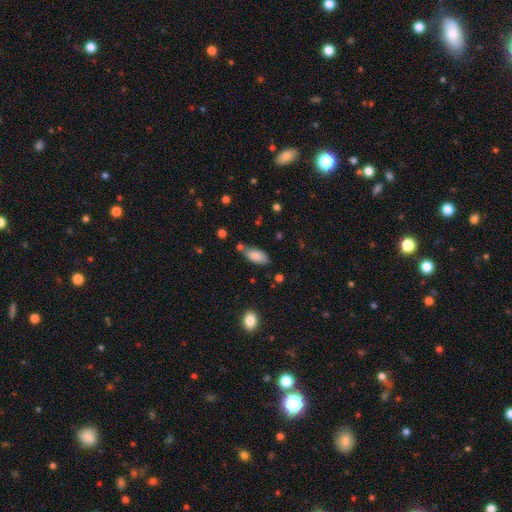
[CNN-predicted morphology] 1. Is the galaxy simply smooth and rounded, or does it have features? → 84% smooth, 9% featured or disk, 7% star or artifact.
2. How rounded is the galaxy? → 85% in between, 13% cigar-shaped, 2% round.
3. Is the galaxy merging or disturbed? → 67% none, 20% minor disturbance, 9% merger, 4% major disturbance.